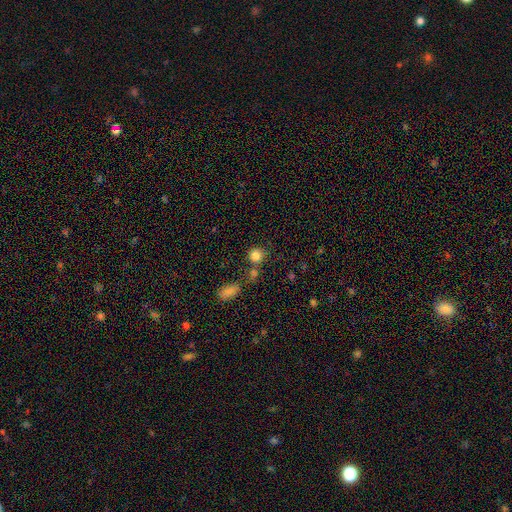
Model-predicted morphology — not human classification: This is clearly a smooth galaxy (83%). How rounded: clearly round (85%). Merging: likely none (63%).